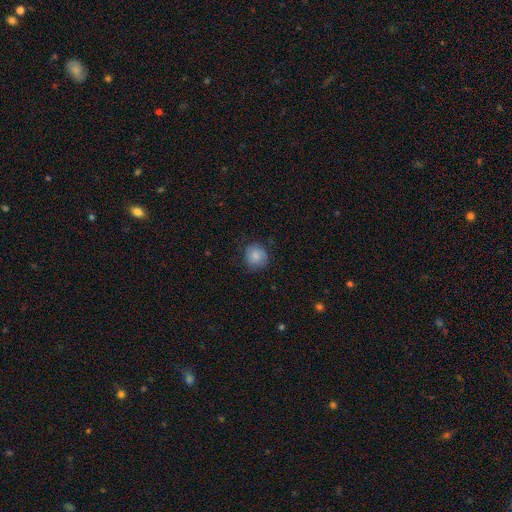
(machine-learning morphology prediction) smooth 81%, featured or disk 11%, star or artifact 8%. Down the decision tree: how rounded — round (88%); merging — none (75%).